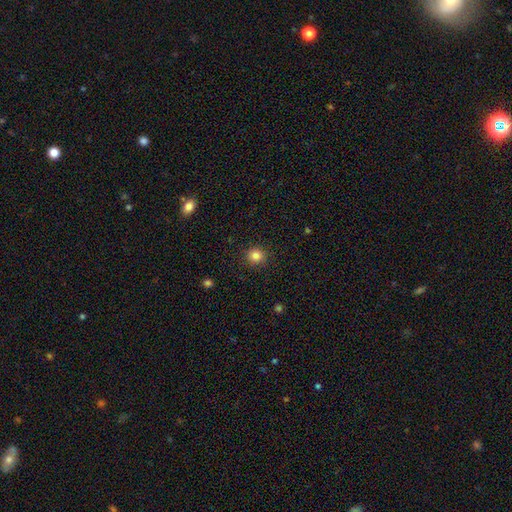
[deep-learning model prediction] smooth-or-featured: smooth: 84% | star or artifact: 12% | featured or disk: 5%
  how-rounded: round: 90% | in between: 9% | cigar-shaped: 1%
  merging: none: 91% | minor disturbance: 6% | major disturbance: 2% | merger: 1%